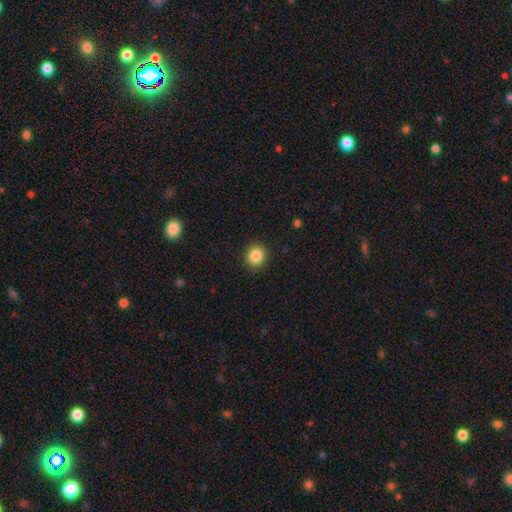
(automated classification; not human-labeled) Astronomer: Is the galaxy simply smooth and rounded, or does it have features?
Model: smooth — 86%.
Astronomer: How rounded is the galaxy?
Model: round — 81%.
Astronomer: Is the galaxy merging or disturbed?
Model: none — 91%.